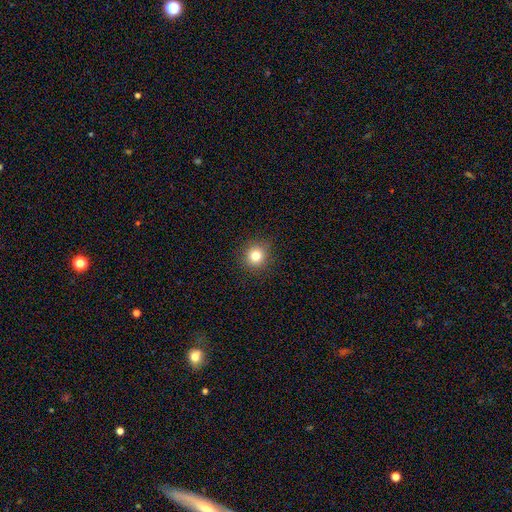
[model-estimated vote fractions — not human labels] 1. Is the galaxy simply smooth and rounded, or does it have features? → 80% smooth, 13% star or artifact, 7% featured or disk.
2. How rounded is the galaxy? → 91% round, 8% in between, 1% cigar-shaped.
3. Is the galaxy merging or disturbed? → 89% none, 8% minor disturbance, 2% major disturbance, 1% merger.